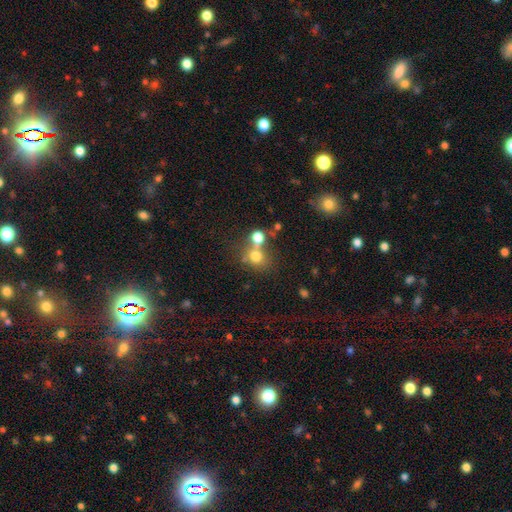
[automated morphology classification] Smooth or featured? smooth (71%)
How rounded? round (74%)
Merging? merger (48%)